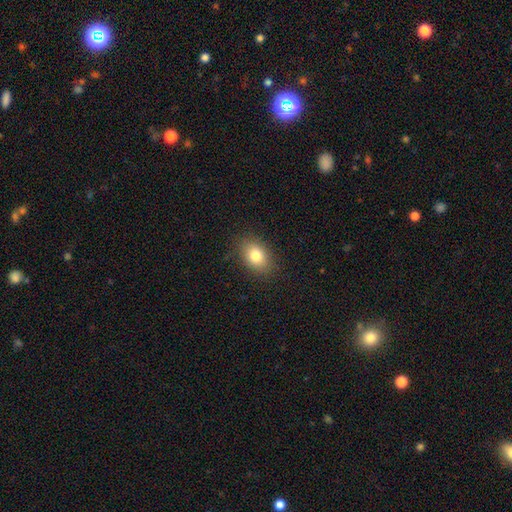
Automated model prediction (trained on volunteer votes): smooth_or_featured: smooth (p=0.80) [alt: featured or disk p=0.10]
how_rounded: in between (p=0.79) [alt: round p=0.19]
merging: none (p=0.86) [alt: minor disturbance p=0.10]